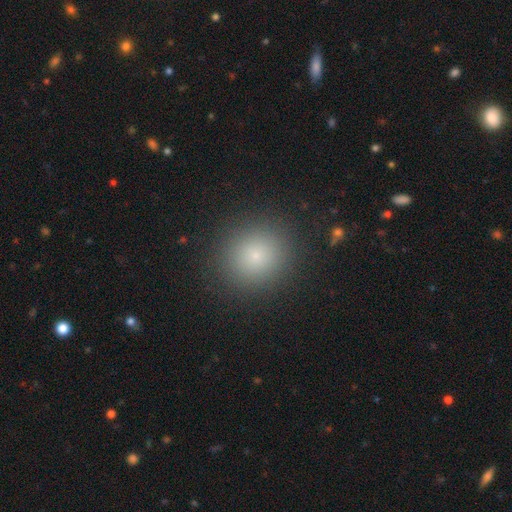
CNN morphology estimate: A smooth galaxy with no disk features (78%) that is round (87%).

Vote fractions:
- Smooth or featured? smooth: 78% / star or artifact: 15% / featured or disk: 7%
- How rounded? round: 87% / in between: 12% / cigar-shaped: 1%
- Merging? none: 90% / minor disturbance: 6% / major disturbance: 3% / merger: 1%